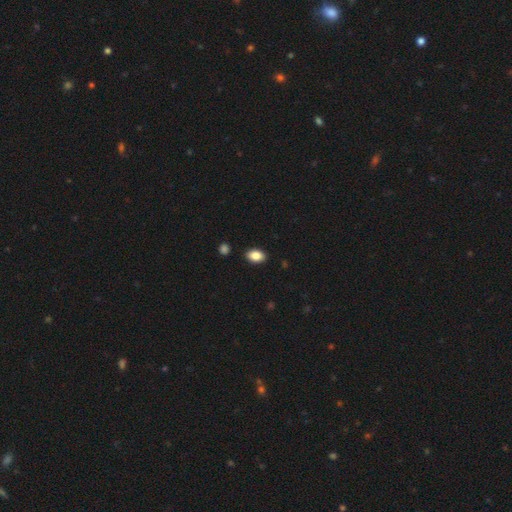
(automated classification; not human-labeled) smooth 86%, star or artifact 8%, featured or disk 6%. Down the decision tree: how rounded — in between (88%); merging — none (89%).